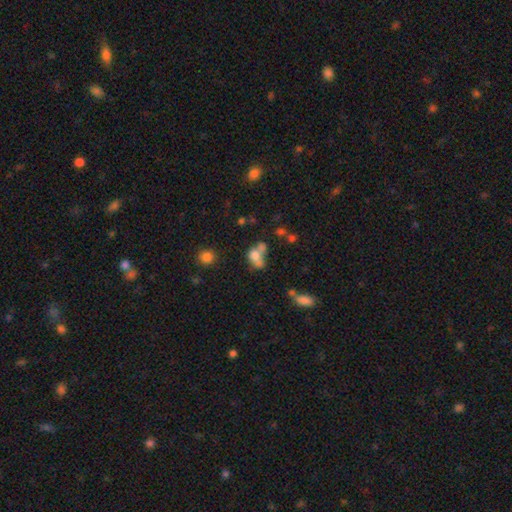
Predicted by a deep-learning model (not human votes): smooth-or-featured: smooth: 68% | featured or disk: 18% | star or artifact: 14%
  how-rounded: in between: 65% | round: 32% | cigar-shaped: 3%
  merging: merger: 51% | none: 24% | minor disturbance: 14% | major disturbance: 11%